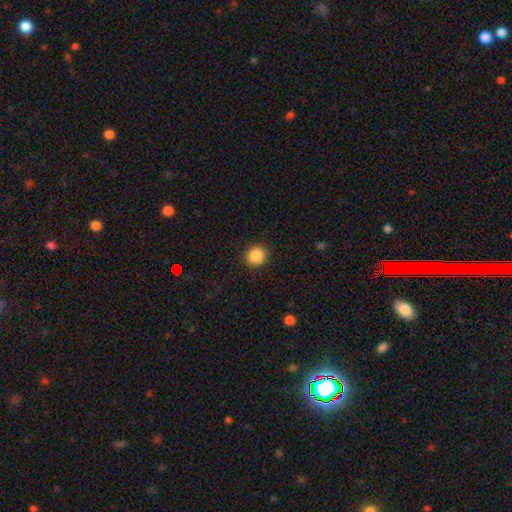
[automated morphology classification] smooth_or_featured: smooth (p=0.88) [alt: star or artifact p=0.09]
how_rounded: round (p=0.83) [alt: in between p=0.16]
merging: none (p=0.91) [alt: minor disturbance p=0.06]